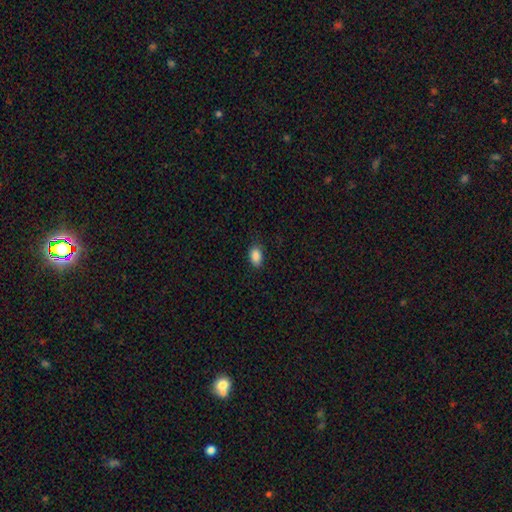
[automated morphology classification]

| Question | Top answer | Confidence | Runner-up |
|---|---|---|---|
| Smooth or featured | smooth | 88% | star or artifact (8%) |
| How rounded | in between | 88% | round (10%) |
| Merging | none | 81% | minor disturbance (15%) |